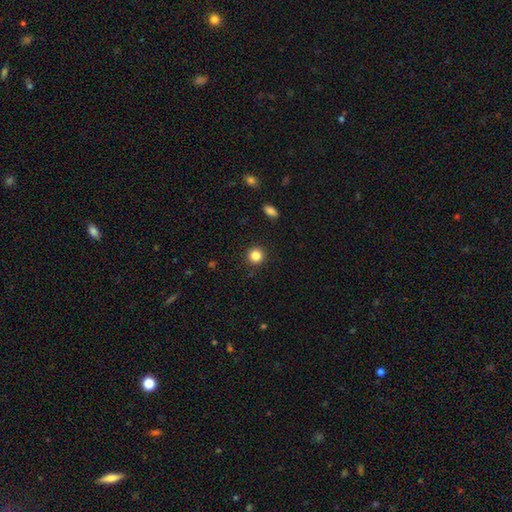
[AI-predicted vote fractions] Smooth or featured?
  - smooth: 84% *
  - star or artifact: 11%
  - featured or disk: 5%
How rounded?
  - round: 94% *
  - in between: 5%
  - cigar-shaped: 1%
Merging?
  - none: 92% *
  - minor disturbance: 5%
  - major disturbance: 2%
  - merger: 1%